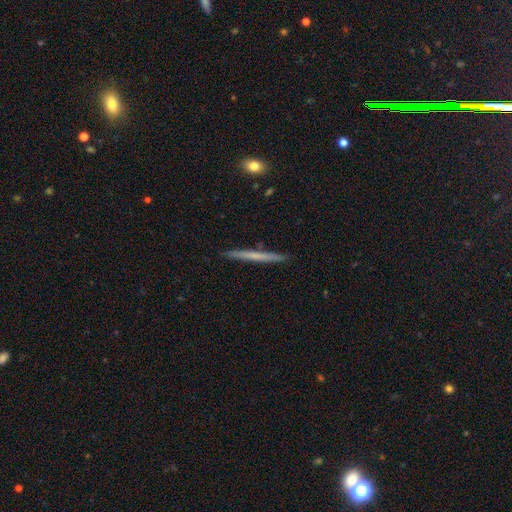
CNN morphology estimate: Smooth or featured? Predicted: featured or disk (p=0.48). Merging? Predicted: none (p=0.91).